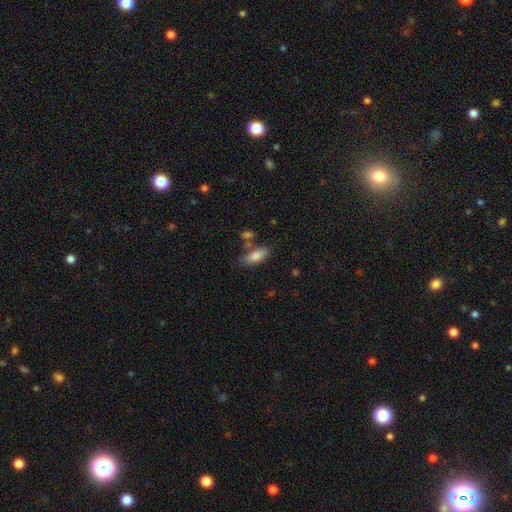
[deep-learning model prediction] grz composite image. It shows a smooth galaxy with no disk features (84%) that is in between round and cigar-shaped (82%). Merging: none (65%).